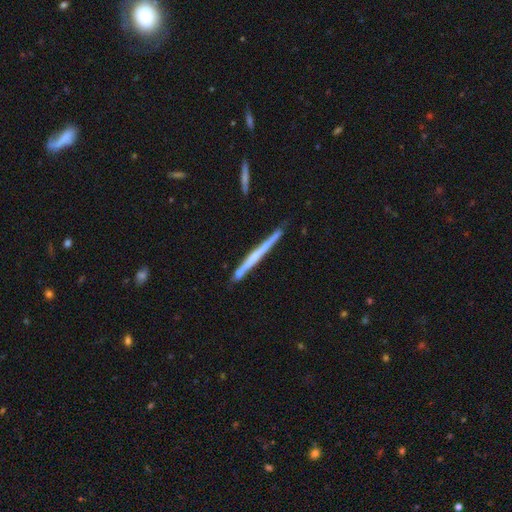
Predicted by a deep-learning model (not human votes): A featured or disk galaxy (61%) viewed edge-on (97%) with no central bulge (70%). Merging: none (83%).